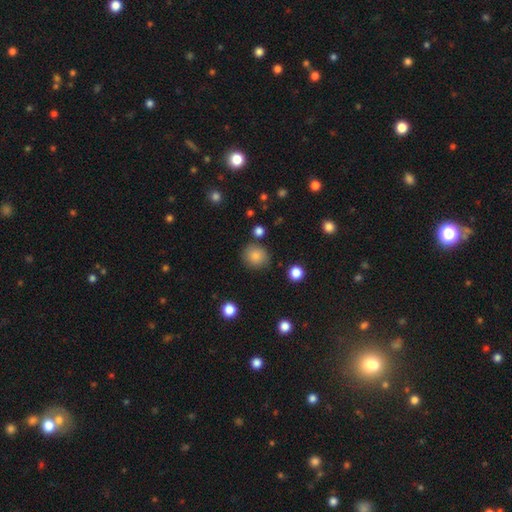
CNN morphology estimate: type=smooth (84%); roundness=round (86%); merging=none (81%).